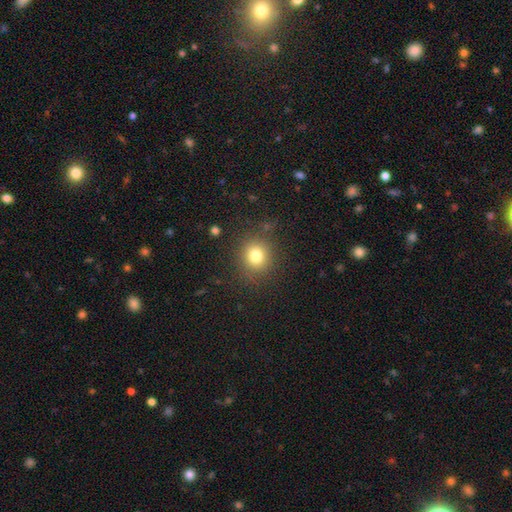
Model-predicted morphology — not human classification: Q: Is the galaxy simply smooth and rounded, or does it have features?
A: smooth — 79%.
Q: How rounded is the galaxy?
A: round — 86%.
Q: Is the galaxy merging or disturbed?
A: none — 86%.